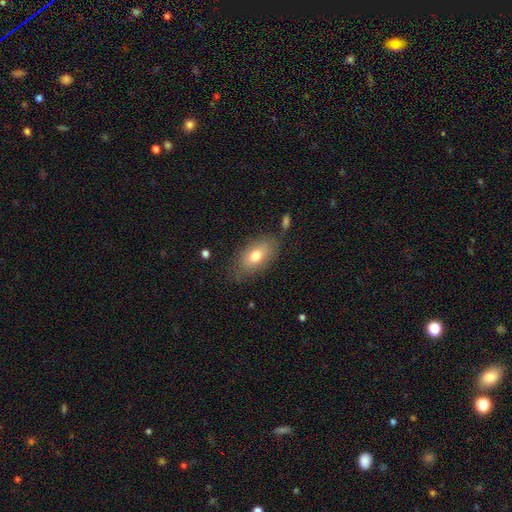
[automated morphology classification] This is likely a smooth galaxy (73%). How rounded: clearly in between (89%). Merging: likely none (75%).